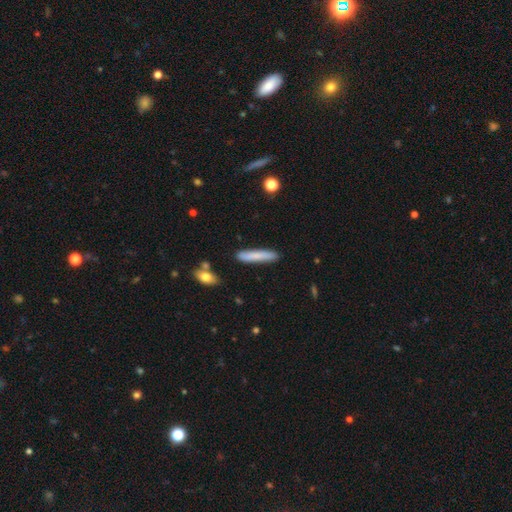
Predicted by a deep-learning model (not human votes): This is likely a smooth galaxy (78%). How rounded: clearly cigar-shaped (92%). Merging: clearly none (88%).